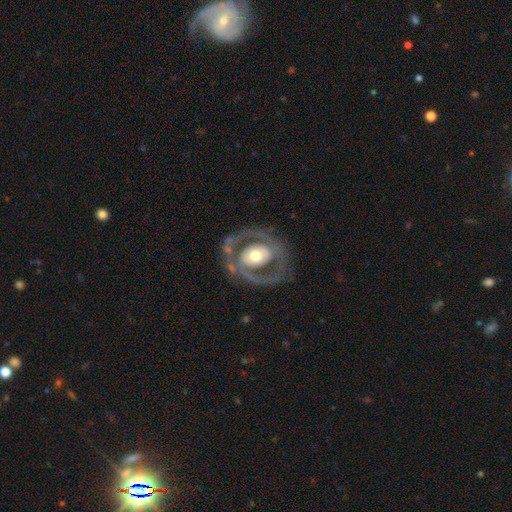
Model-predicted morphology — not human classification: A featured or disk galaxy (70%) with no bar (74%), no spiral arms (62%) and a moderate central bulge (63%).

Vote fractions:
- Smooth or featured? featured or disk: 70% / smooth: 25% / star or artifact: 5%
- Edge-on disk? no: 95% / yes: 5%
- Bar? no: 74% / weak: 17% / strong: 9%
- Spiral arms? no: 62% / yes: 38%
- Bulge size? moderate: 63% / large: 26% / small: 8% / dominant: 2% / none: 1%
- Merging? none: 71% / minor disturbance: 14% / major disturbance: 13% / merger: 2%